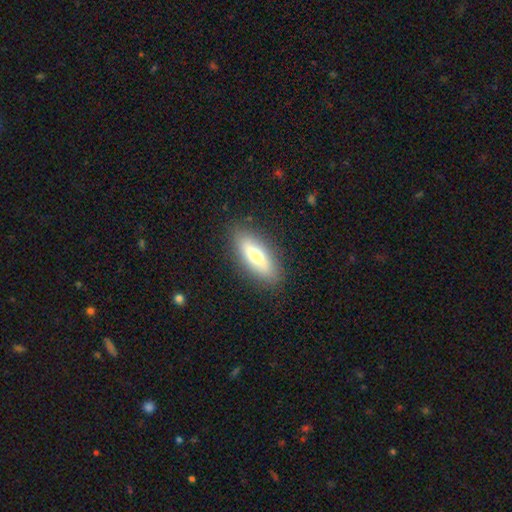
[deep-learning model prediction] A smooth galaxy with no disk features (63%) that is in between round and cigar-shaped (65%).

Vote fractions:
- Smooth or featured? smooth: 63% / featured or disk: 30% / star or artifact: 7%
- How rounded? in between: 65% / cigar-shaped: 32% / round: 3%
- Merging? none: 87% / minor disturbance: 10% / major disturbance: 2% / merger: 1%